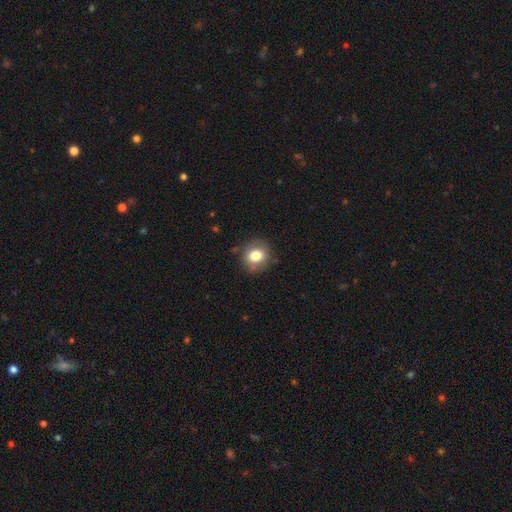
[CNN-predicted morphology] A smooth galaxy with no disk features (78%) that is round (76%). Merging: none (82%).